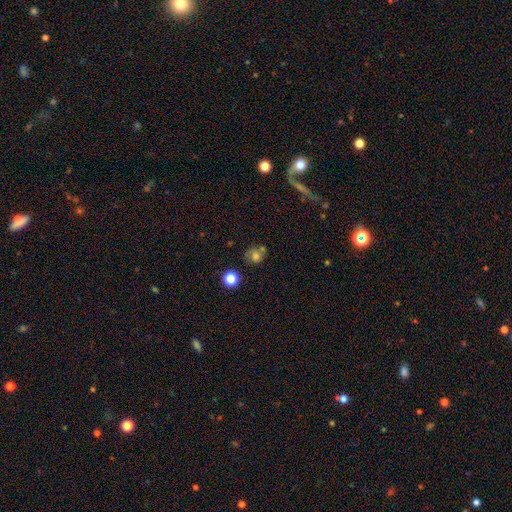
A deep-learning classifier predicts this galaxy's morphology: smooth 71%, star or artifact 16%, featured or disk 14%. Down the decision tree: how rounded — round (80%); merging — none (58%).